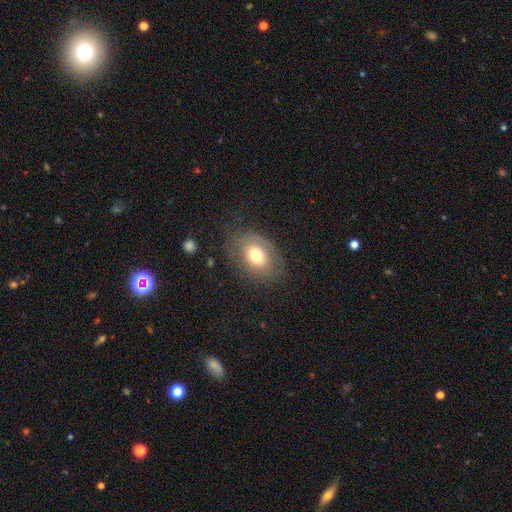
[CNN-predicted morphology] The model was most divided on "smooth or featured": smooth: 67%, featured or disk: 23%, star or artifact: 10%. More confident: how rounded — in between (74%); merging — none (70%).